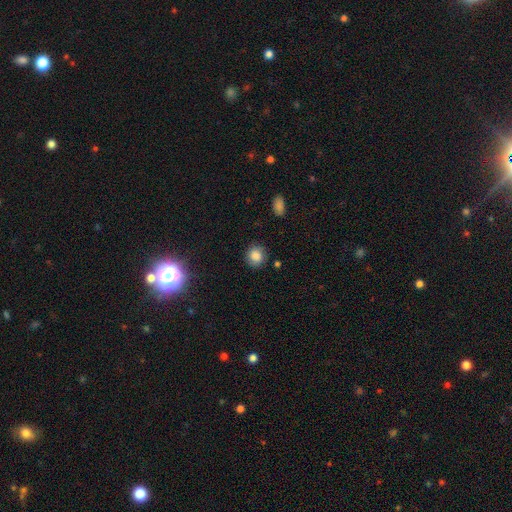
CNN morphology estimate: A smooth galaxy with no disk features (83%) that is round (85%). Merging: none (83%).